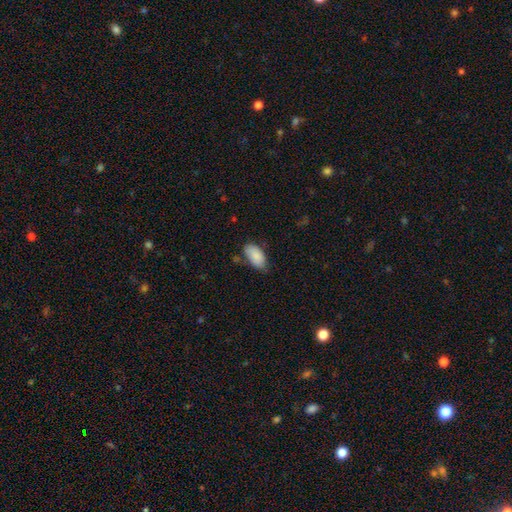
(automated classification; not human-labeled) smooth_or_featured: smooth (p=0.86) [alt: featured or disk p=0.07]
how_rounded: in between (p=0.95) [alt: round p=0.03]
merging: none (p=0.68) [alt: minor disturbance p=0.24]